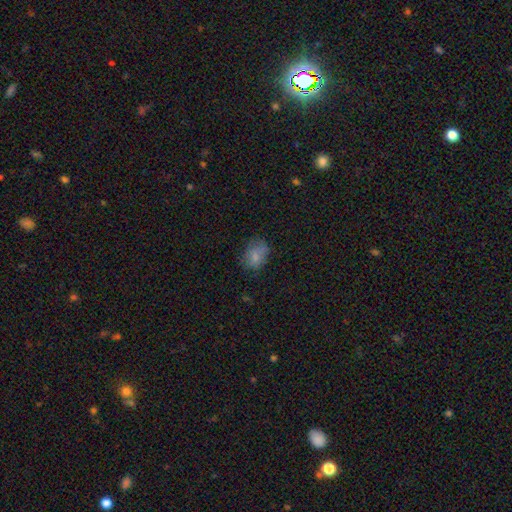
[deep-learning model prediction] Overall: smooth (77%). How rounded: in between (69%; round 29%). Merging: none (65%).